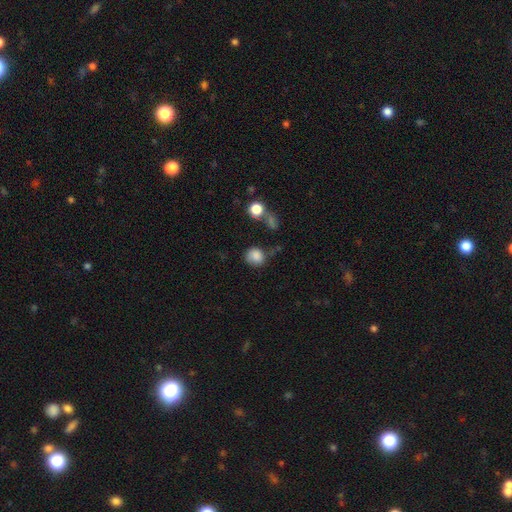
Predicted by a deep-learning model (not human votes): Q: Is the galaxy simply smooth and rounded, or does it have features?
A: smooth — 83%.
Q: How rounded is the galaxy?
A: round — 74%.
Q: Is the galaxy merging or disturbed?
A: none — 60%.